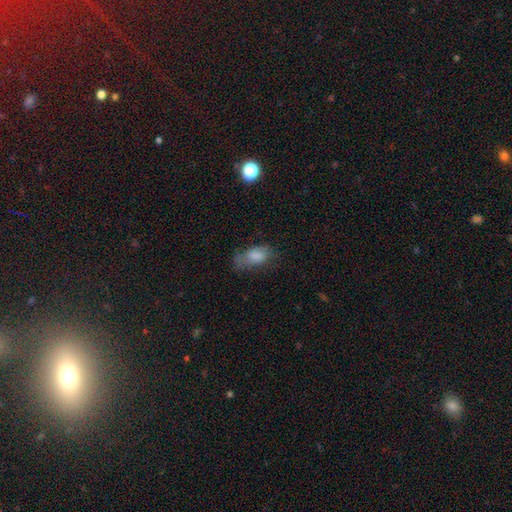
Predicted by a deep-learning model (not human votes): A smooth galaxy with no disk features (75%) that is in between round and cigar-shaped (90%).

Vote fractions:
- Smooth or featured? smooth: 75% / featured or disk: 17% / star or artifact: 8%
- How rounded? in between: 90% / cigar-shaped: 5% / round: 5%
- Merging? none: 47% / minor disturbance: 31% / major disturbance: 20% / merger: 3%